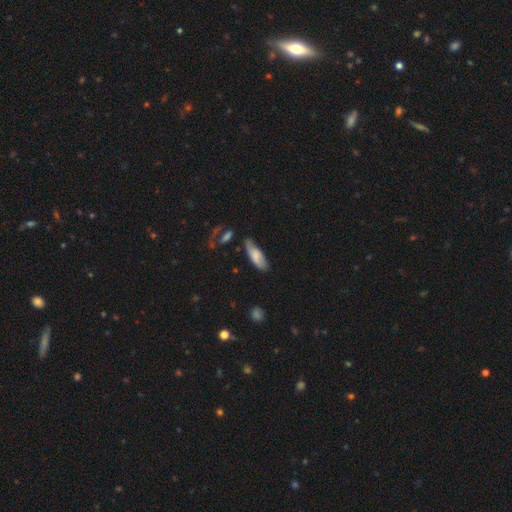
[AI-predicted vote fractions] Overall: smooth (75%). How rounded: in between (65%; cigar-shaped 34%). Merging: none (59%; minor disturbance 29%).